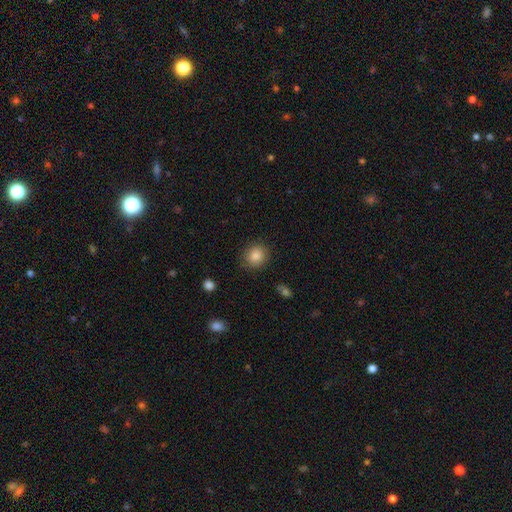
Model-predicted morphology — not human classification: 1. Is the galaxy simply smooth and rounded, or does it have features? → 86% smooth, 9% star or artifact, 5% featured or disk.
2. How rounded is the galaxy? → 83% round, 16% in between, 1% cigar-shaped.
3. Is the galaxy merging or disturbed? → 86% none, 10% minor disturbance, 3% major disturbance, 1% merger.